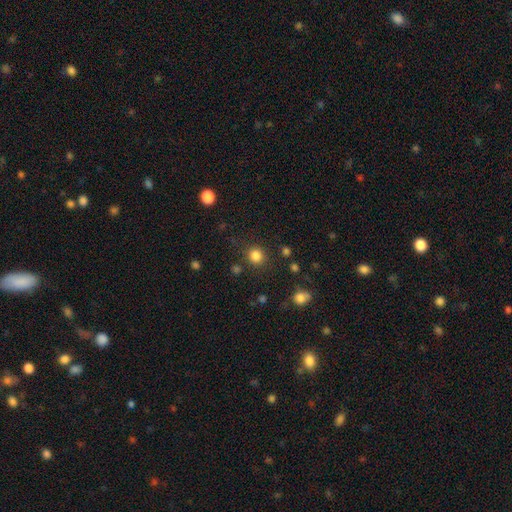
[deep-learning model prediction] Smooth or featured? smooth (83%)
How rounded? round (90%)
Merging? none (86%)